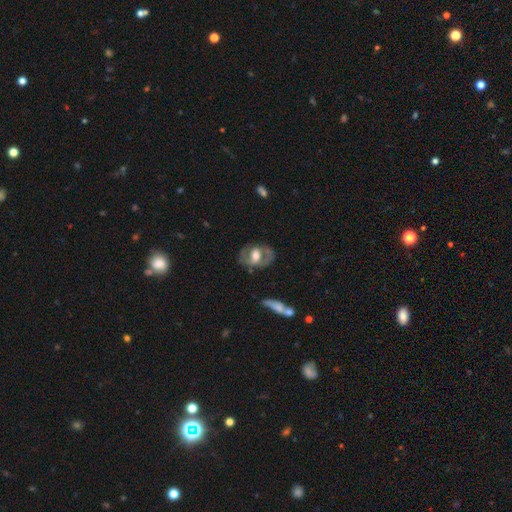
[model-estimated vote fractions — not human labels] A featured or disk galaxy (64%) with no bar (45%), spiral arms (50%, tied with no) and a moderate central bulge (59%). Merging: none (71%).